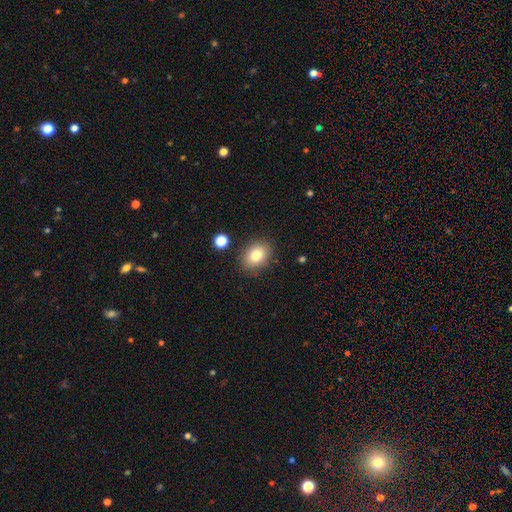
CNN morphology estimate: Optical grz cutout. It shows a smooth galaxy with no disk features (80%) that is in between round and cigar-shaped (64%). Merging: none (85%).